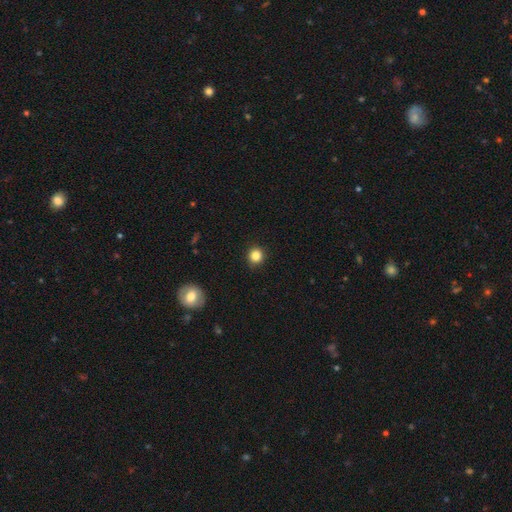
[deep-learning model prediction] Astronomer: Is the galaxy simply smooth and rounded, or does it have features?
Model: smooth — 84%.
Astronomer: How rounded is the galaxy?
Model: round — 93%.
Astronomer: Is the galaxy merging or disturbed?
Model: none — 90%.